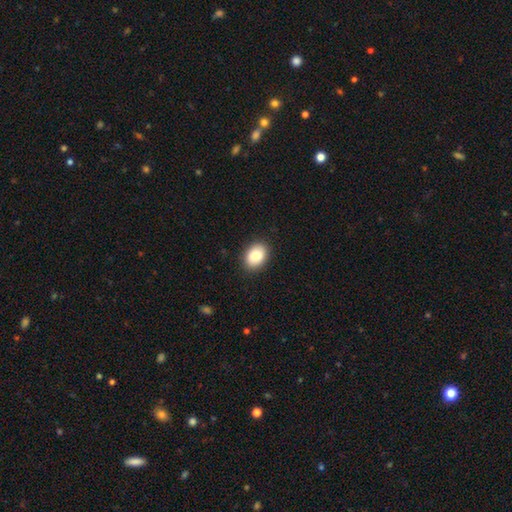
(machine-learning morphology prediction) A smooth galaxy with no disk features (86%) that is in between round and cigar-shaped (78%). Merging: none (88%).